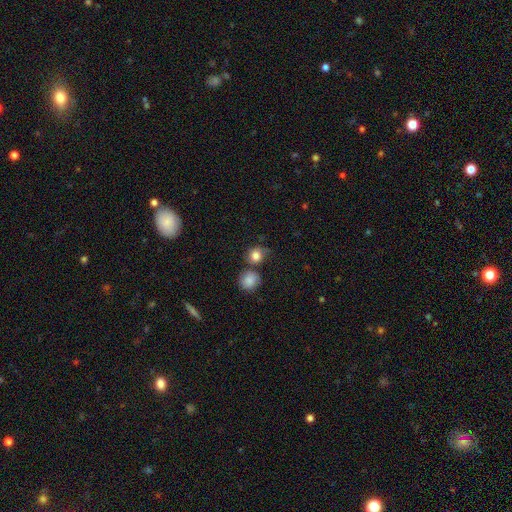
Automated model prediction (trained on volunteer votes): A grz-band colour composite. It shows a smooth galaxy with no disk features (82%) that is round (80%). Merging: none (56%).